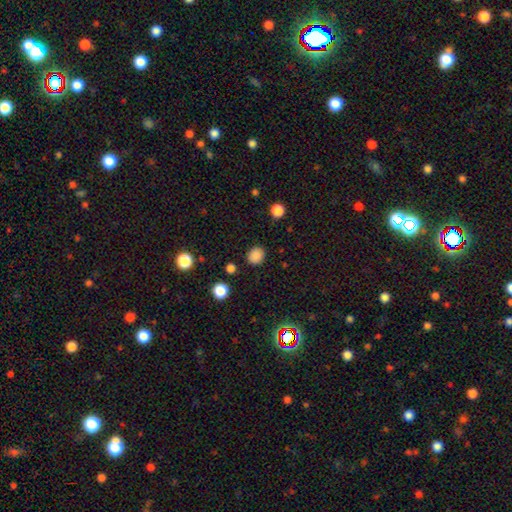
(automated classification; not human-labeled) Smooth or featured?
  - smooth: 85% *
  - star or artifact: 12%
  - featured or disk: 3%
How rounded?
  - round: 69% *
  - in between: 30%
  - cigar-shaped: 1%
Merging?
  - none: 87% *
  - minor disturbance: 9%
  - major disturbance: 3%
  - merger: 2%